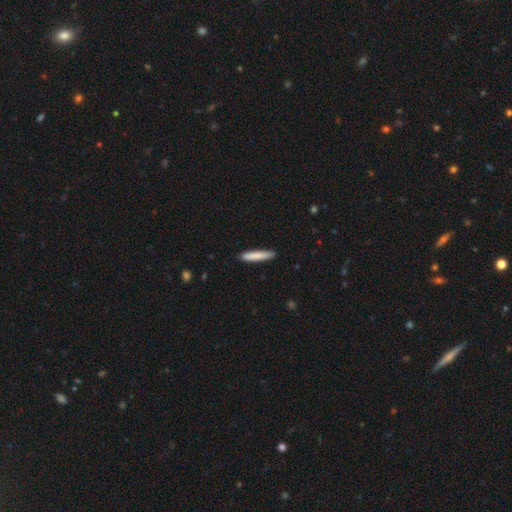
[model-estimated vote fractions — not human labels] A smooth galaxy with no disk features (84%) that is cigar-shaped (92%).

Vote fractions:
- Smooth or featured? smooth: 84% / featured or disk: 11% / star or artifact: 5%
- How rounded? cigar-shaped: 92% / in between: 7% / round: 1%
- Merging? none: 90% / minor disturbance: 7% / major disturbance: 1% / merger: 1%